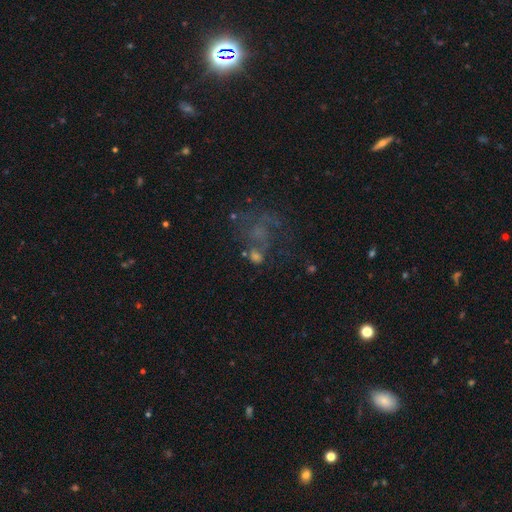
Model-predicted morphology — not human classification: Smooth or featured? featured or disk (45%)
Merging? major disturbance (34%, tied with none)